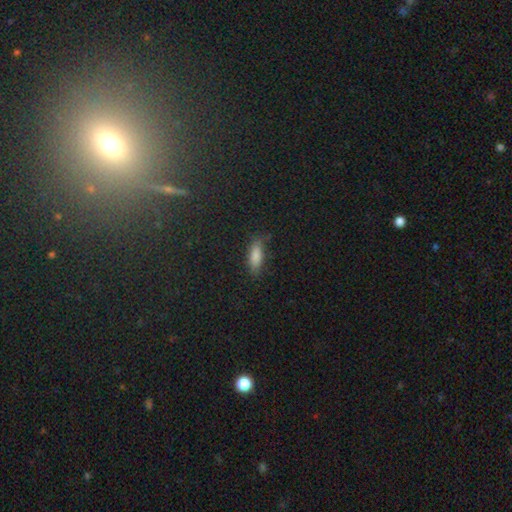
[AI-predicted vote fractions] smooth_or_featured: smooth (p=0.80) [alt: star or artifact p=0.11]
how_rounded: in between (p=0.64) [alt: cigar-shaped p=0.33]
merging: none (p=0.75) [alt: minor disturbance p=0.19]